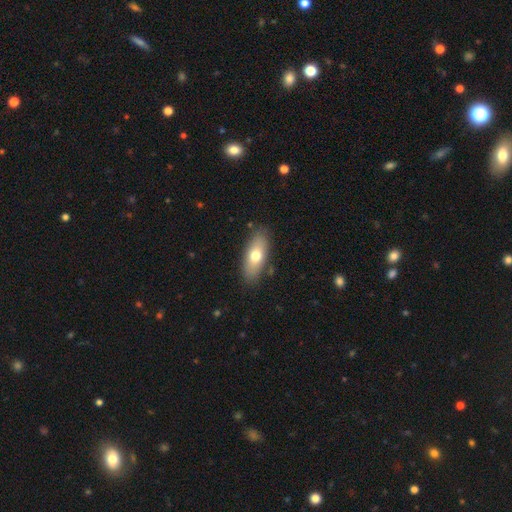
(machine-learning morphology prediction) A smooth galaxy with no disk features (69%) that is in between round and cigar-shaped (78%).

Vote fractions:
- Smooth or featured? smooth: 69% / featured or disk: 24% / star or artifact: 7%
- How rounded? in between: 78% / cigar-shaped: 18% / round: 3%
- Merging? none: 84% / minor disturbance: 12% / major disturbance: 3% / merger: 2%